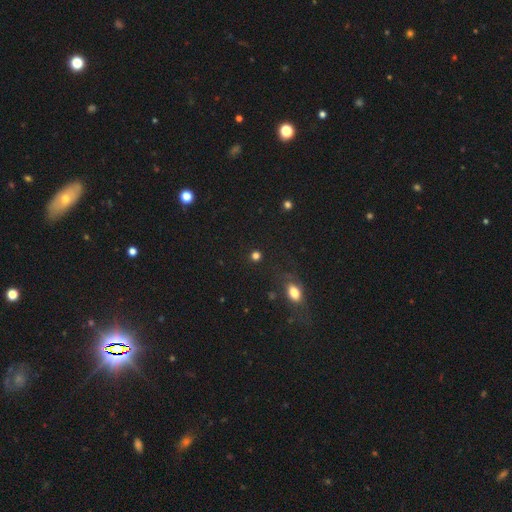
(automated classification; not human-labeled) A smooth galaxy with no disk features (76%) that is round (88%).

Vote fractions:
- Smooth or featured? smooth: 76% / star or artifact: 19% / featured or disk: 5%
- How rounded? round: 88% / in between: 10% / cigar-shaped: 1%
- Merging? none: 87% / minor disturbance: 8% / major disturbance: 3% / merger: 2%